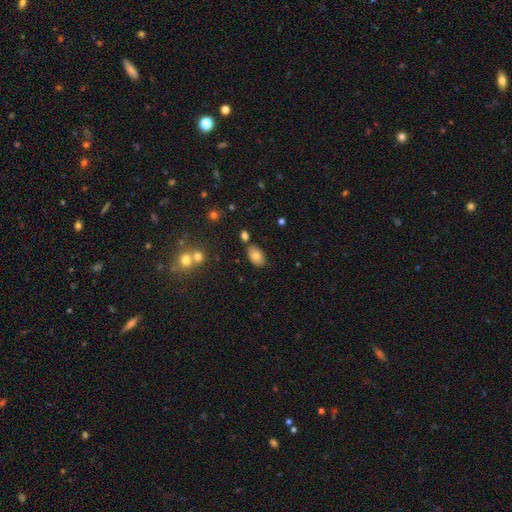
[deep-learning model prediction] smooth-or-featured: smooth: 79% | featured or disk: 12% | star or artifact: 10%
  how-rounded: in between: 91% | round: 7% | cigar-shaped: 2%
  merging: none: 75% | minor disturbance: 14% | merger: 8% | major disturbance: 3%